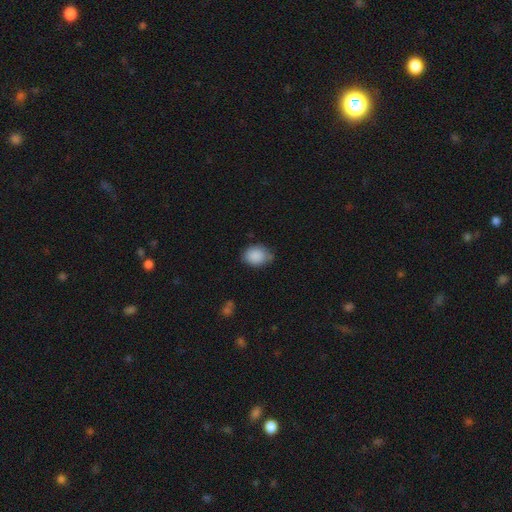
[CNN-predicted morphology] Smooth or featured? smooth (88%)
How rounded? in between (59%)
Merging? none (68%)